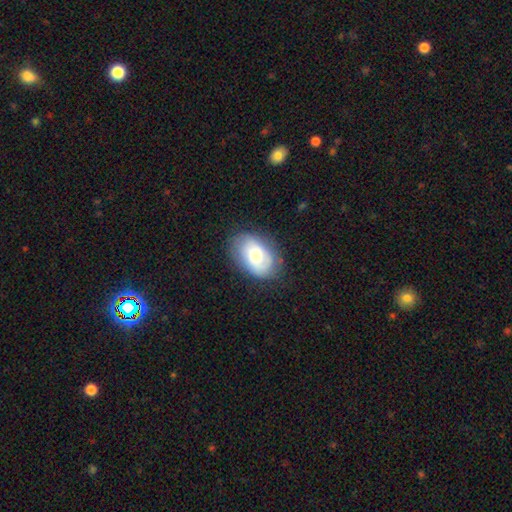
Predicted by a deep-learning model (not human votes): Q: Smooth or featured?
A: smooth (64%); runner-up: featured or disk (29%)
Q: How rounded?
A: in between (86%); runner-up: round (13%)
Q: Merging?
A: none (75%); runner-up: minor disturbance (18%)